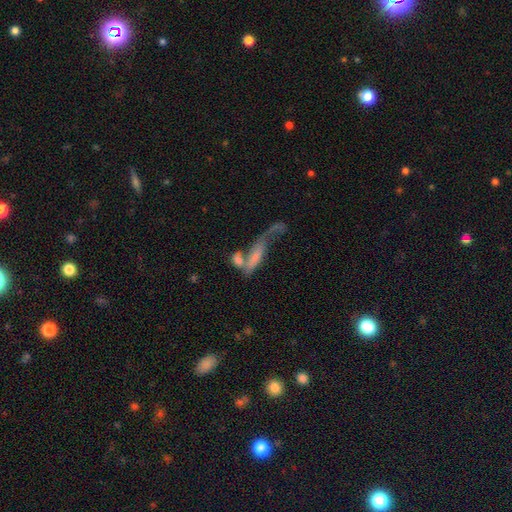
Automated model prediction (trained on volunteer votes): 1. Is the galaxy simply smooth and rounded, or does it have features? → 53% smooth, 37% featured or disk, 10% star or artifact.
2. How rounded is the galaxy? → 52% cigar-shaped, 43% in between, 5% round.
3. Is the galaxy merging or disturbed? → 52% merger, 21% major disturbance, 17% none, 10% minor disturbance.